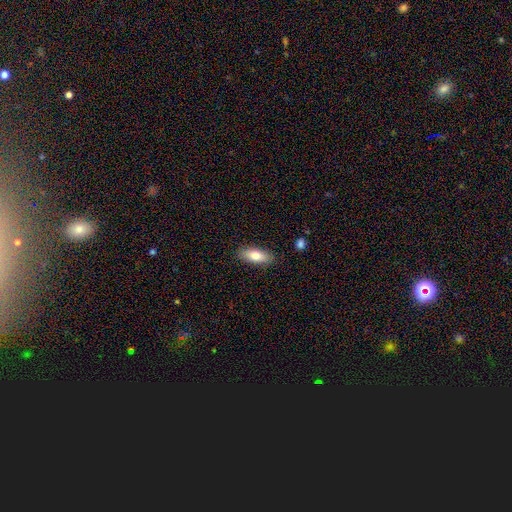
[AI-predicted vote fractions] Q: Smooth or featured?
A: smooth (78%); runner-up: featured or disk (16%)
Q: How rounded?
A: in between (77%); runner-up: cigar-shaped (21%)
Q: Merging?
A: none (87%); runner-up: minor disturbance (10%)